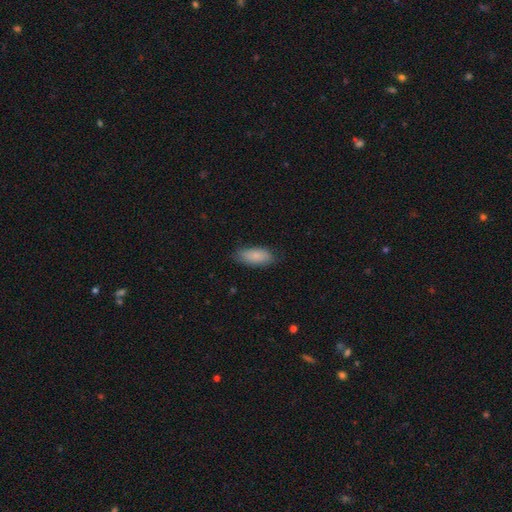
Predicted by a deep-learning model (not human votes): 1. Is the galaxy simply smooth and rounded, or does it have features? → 86% smooth, 8% featured or disk, 6% star or artifact.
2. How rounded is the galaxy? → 82% in between, 16% cigar-shaped, 2% round.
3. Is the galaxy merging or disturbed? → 79% none, 17% minor disturbance, 3% major disturbance, 1% merger.